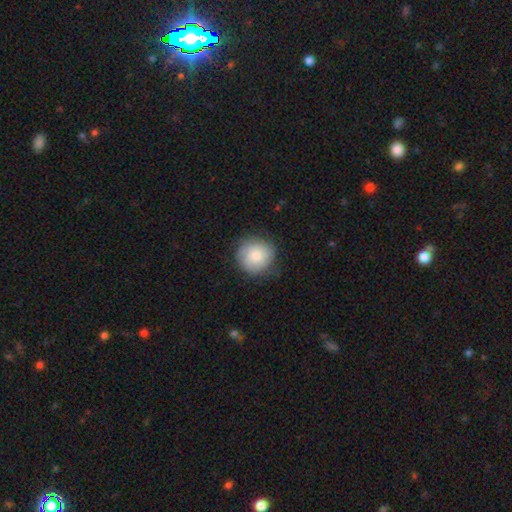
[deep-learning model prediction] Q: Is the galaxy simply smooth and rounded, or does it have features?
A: smooth — 73%.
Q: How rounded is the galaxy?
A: round — 90%.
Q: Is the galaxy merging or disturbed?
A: none — 73%.